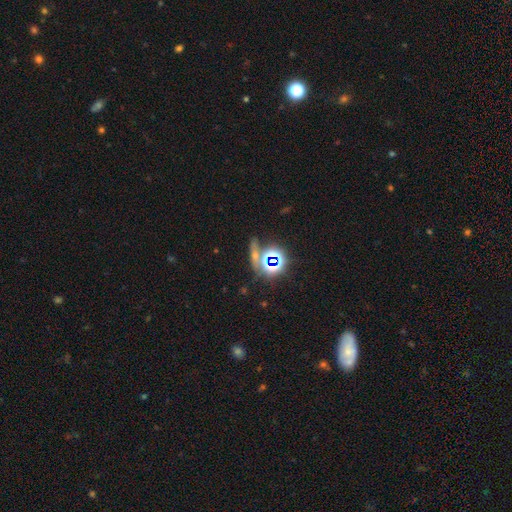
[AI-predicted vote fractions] A star or artifact, not a galaxy (68%).